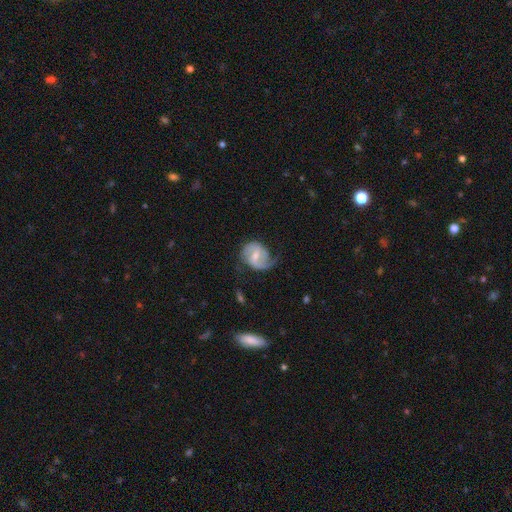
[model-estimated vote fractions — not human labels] Q: Smooth or featured?
A: featured or disk (75%); runner-up: smooth (20%)
Q: Edge-on disk?
A: no (97%); runner-up: yes (3%)
Q: Bar?
A: weak (56%); runner-up: no (25%)
Q: Spiral arms?
A: yes (92%); runner-up: no (8%)
Q: Spiral winding?
A: medium (44%); runner-up: loose (32%)
Q: Spiral arm count?
A: 2 (62%); runner-up: 1 (26%)
Q: Bulge size?
A: moderate (52%); runner-up: small (38%)
Q: Merging?
A: none (49%); runner-up: minor disturbance (27%)